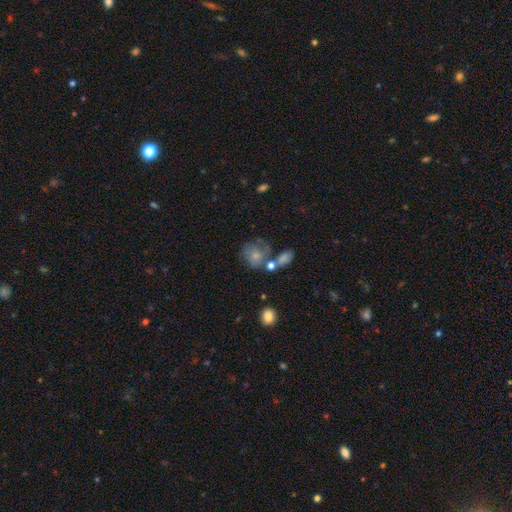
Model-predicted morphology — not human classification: A smooth galaxy with no disk features (69%) that is round (68%). Merging: none (40%).